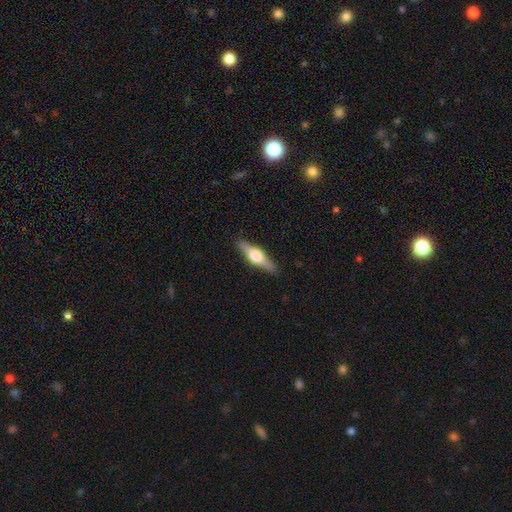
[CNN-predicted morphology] A featured or disk galaxy (59%) viewed edge-on (95%) with a rounded central bulge (93%).

Vote fractions:
- Smooth or featured? featured or disk: 59% / smooth: 35% / star or artifact: 6%
- Edge-on disk? yes: 95% / no: 5%
- Edge-on bulge? rounded: 93% / boxy: 5% / none: 2%
- Merging? none: 89% / minor disturbance: 8% / major disturbance: 2% / merger: 1%